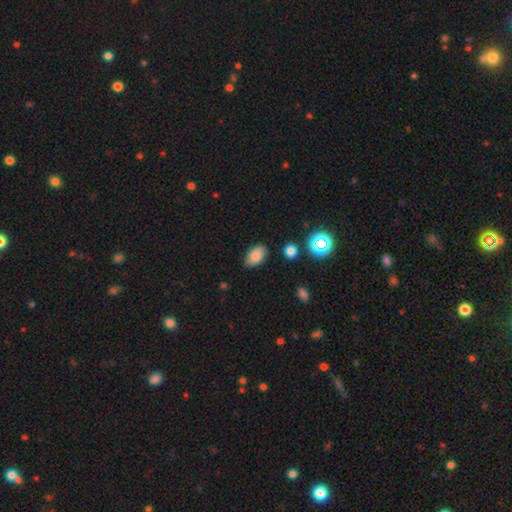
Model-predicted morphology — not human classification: Q: Smooth or featured?
A: smooth (81%); runner-up: star or artifact (10%)
Q: How rounded?
A: in between (90%); runner-up: round (8%)
Q: Merging?
A: none (78%); runner-up: minor disturbance (17%)